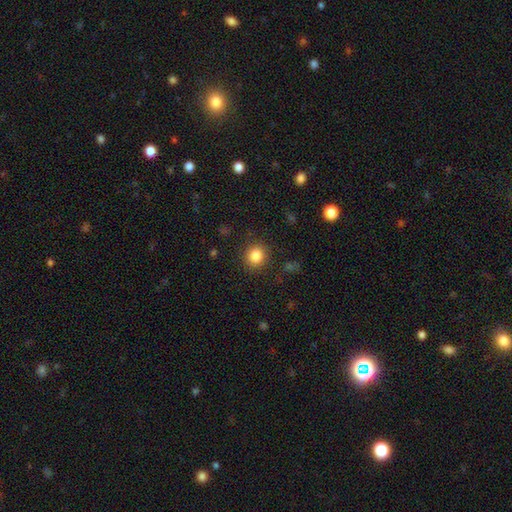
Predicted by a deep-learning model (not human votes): Morphology: type=smooth (85%); roundness=round (88%); merging=none (88%).